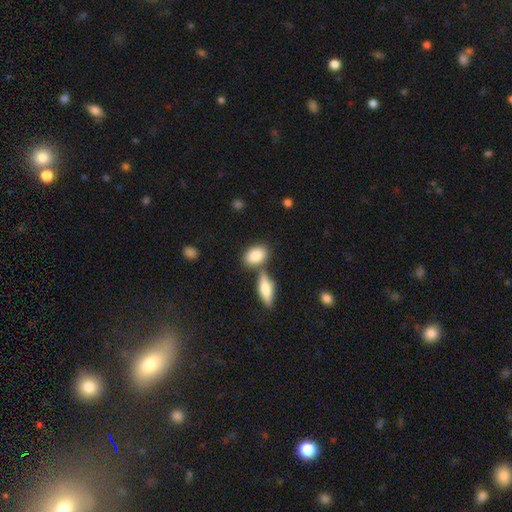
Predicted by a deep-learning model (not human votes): Morphology: type=smooth (85%); roundness=in between (85%); merging=none (55%).